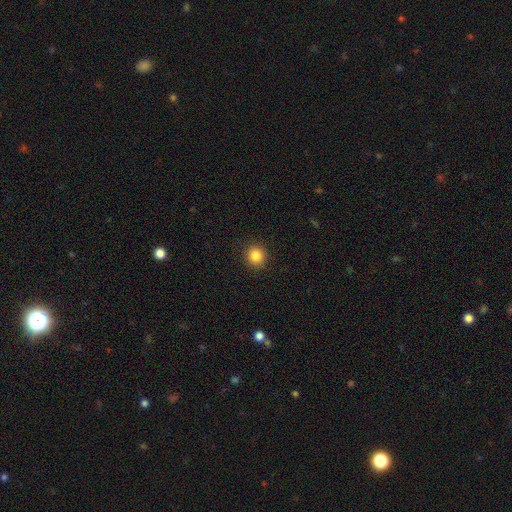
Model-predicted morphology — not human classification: Overall: smooth (85%). How rounded: round (91%). Merging: none (92%).